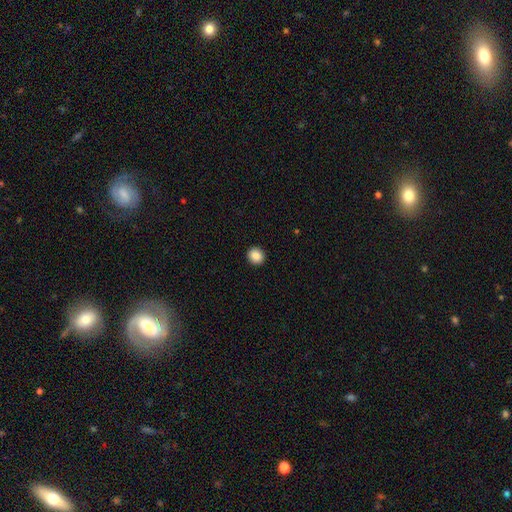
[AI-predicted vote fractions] The model was most divided on "smooth or featured": smooth: 87%, star or artifact: 9%, featured or disk: 4%. More confident: merging — none (93%); how rounded — round (89%).